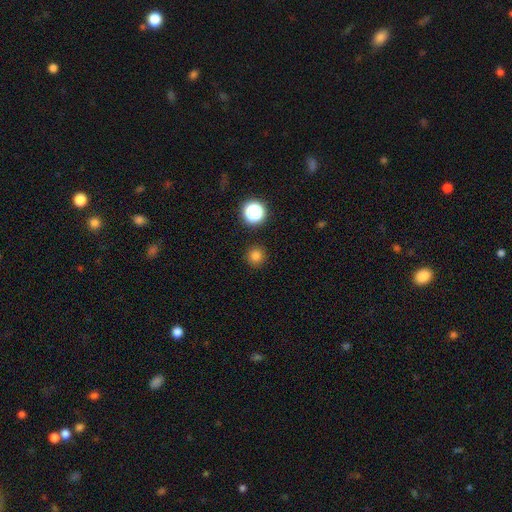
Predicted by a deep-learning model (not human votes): Smooth or featured? Predicted: smooth (p=0.79). How rounded? Predicted: round (p=0.95). Merging? Predicted: none (p=0.91).